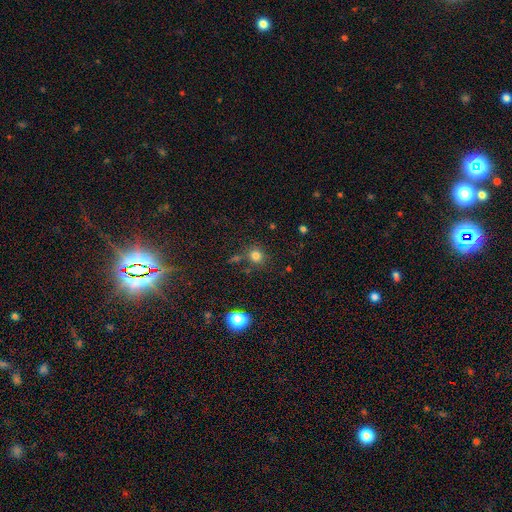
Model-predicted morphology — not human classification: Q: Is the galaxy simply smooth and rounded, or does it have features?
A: smooth — 78%.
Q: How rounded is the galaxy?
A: round — 88%.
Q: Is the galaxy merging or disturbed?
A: none — 77%.